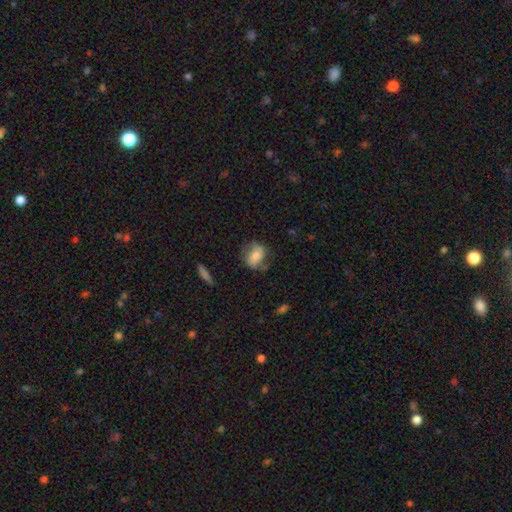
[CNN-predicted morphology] Q: Smooth or featured?
A: smooth (61%); runner-up: featured or disk (32%)
Q: How rounded?
A: in between (59%); runner-up: round (38%)
Q: Merging?
A: none (63%); runner-up: minor disturbance (23%)